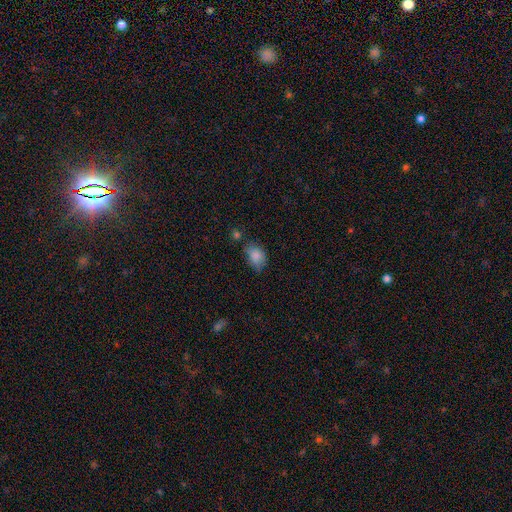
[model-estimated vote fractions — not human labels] A smooth galaxy with no disk features (85%) that is in between round and cigar-shaped (78%). Merging: none (54%).